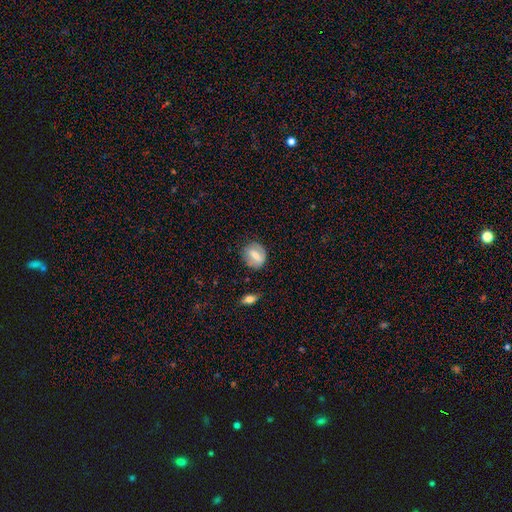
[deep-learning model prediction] This appears to be a smooth galaxy with no disk features (56%) that is round (58%). Merging: none (76%).